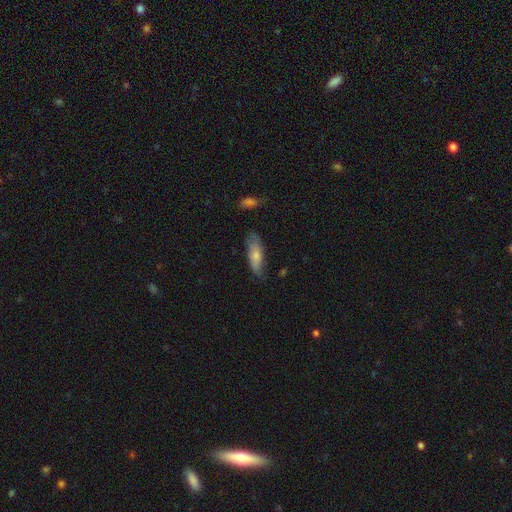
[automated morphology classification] smooth_or_featured: smooth (p=0.71) [alt: featured or disk p=0.23]
how_rounded: in between (p=0.65) [alt: cigar-shaped p=0.33]
merging: none (p=0.66) [alt: minor disturbance p=0.26]